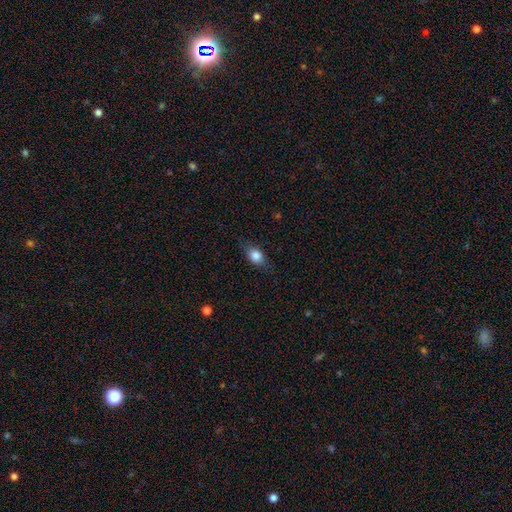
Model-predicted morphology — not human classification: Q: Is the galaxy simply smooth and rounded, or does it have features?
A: smooth — 76%.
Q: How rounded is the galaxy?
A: in between — 68%.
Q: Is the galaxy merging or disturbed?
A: none — 77%.